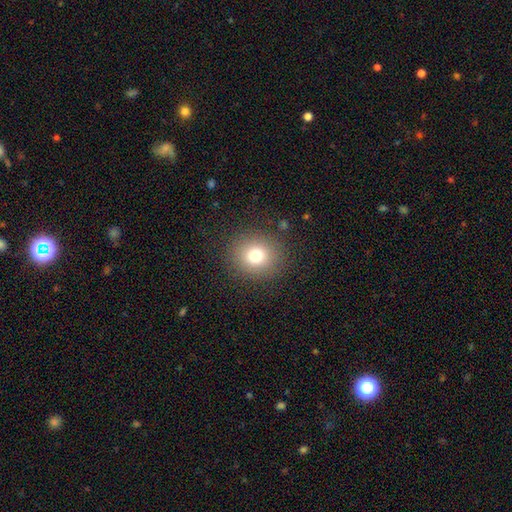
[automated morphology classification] Smooth or featured? smooth (76%)
How rounded? round (85%)
Merging? none (88%)